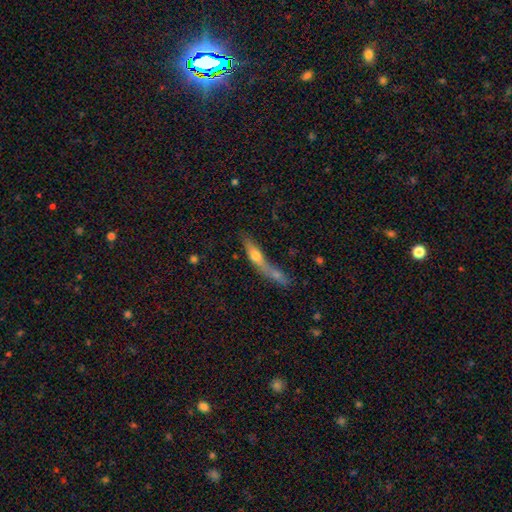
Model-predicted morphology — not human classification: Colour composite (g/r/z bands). It shows a smooth galaxy with no disk features (51%) that is cigar-shaped (76%). Merging: merger (47%).